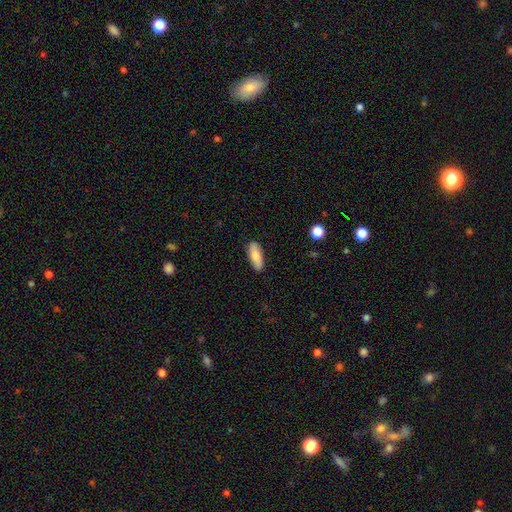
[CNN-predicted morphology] This appears to be a smooth galaxy with no disk features (77%) that is in between round and cigar-shaped (73%). Merging: none (86%).